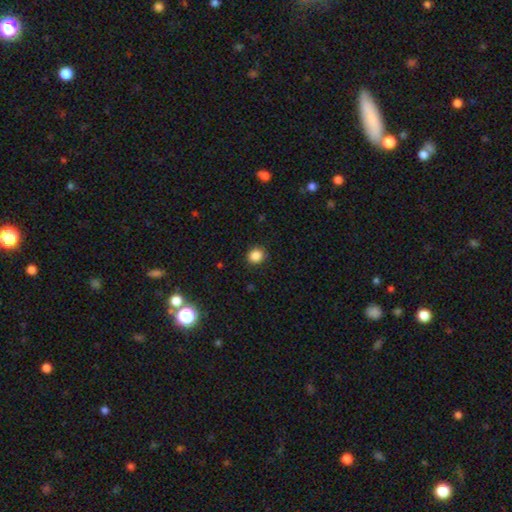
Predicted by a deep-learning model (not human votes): Overall: smooth (86%). How rounded: round (82%). Merging: none (88%).